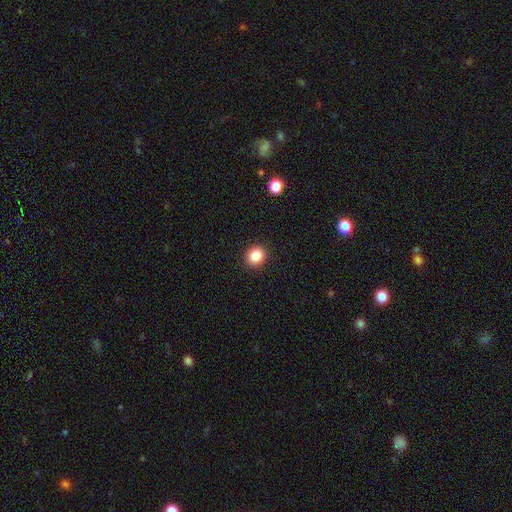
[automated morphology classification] Overall: smooth (85%). How rounded: round (79%). Merging: none (92%).